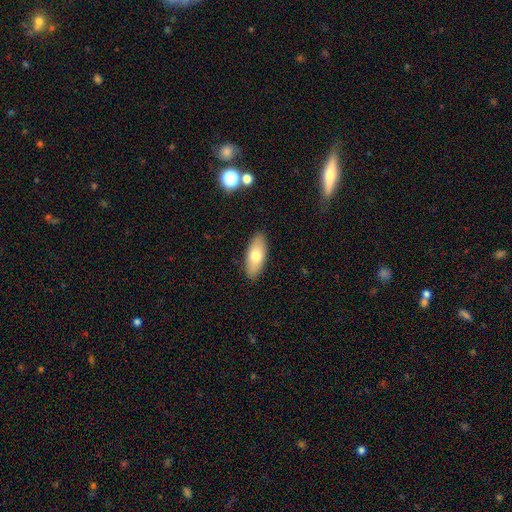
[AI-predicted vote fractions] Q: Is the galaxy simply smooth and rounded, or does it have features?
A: smooth — 73%.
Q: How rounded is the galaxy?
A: in between — 82%.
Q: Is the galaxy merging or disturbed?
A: none — 89%.